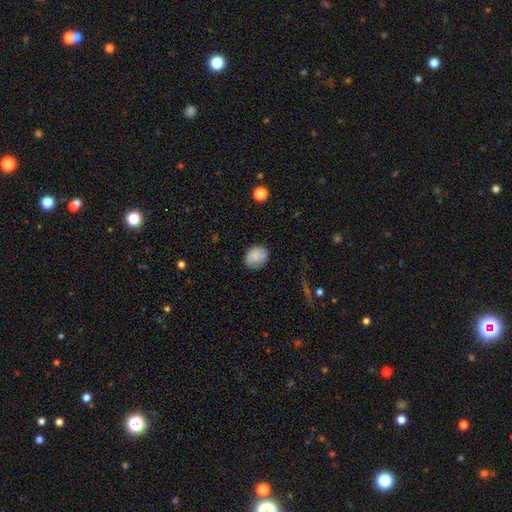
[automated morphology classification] Smooth or featured? Predicted: smooth (p=0.77). How rounded? Predicted: round (p=0.53). Merging? Predicted: none (p=0.73).